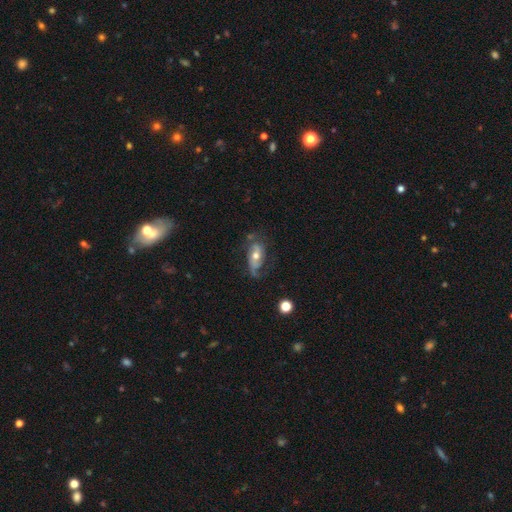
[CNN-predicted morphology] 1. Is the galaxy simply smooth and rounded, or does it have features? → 70% featured or disk, 23% smooth, 7% star or artifact.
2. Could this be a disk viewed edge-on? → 92% no, 8% yes.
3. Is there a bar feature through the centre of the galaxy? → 61% no, 27% weak, 11% strong.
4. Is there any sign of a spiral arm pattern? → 85% yes, 15% no.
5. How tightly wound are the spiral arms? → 48% loose, 35% medium, 16% tight.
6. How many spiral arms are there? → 65% 2, 18% 1, 11% can't tell, 3% 3, 1% 4, 1% more than 4.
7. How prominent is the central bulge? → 71% moderate, 20% small, 7% large, 1% none, 1% dominant.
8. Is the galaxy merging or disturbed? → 48% none, 26% minor disturbance, 23% major disturbance, 3% merger.